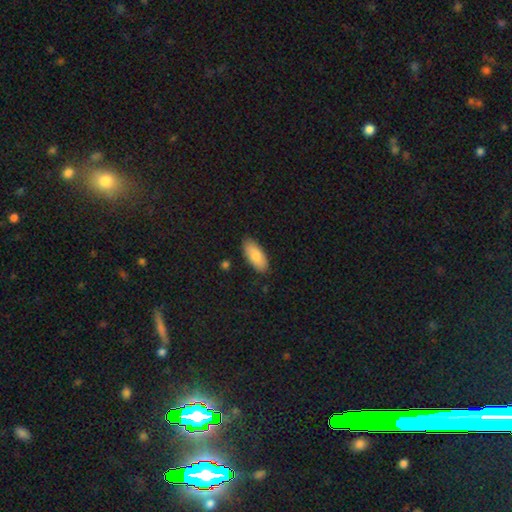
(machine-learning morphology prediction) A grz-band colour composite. It shows a smooth galaxy with no disk features (85%) that is in between round and cigar-shaped (88%). Merging: none (84%).